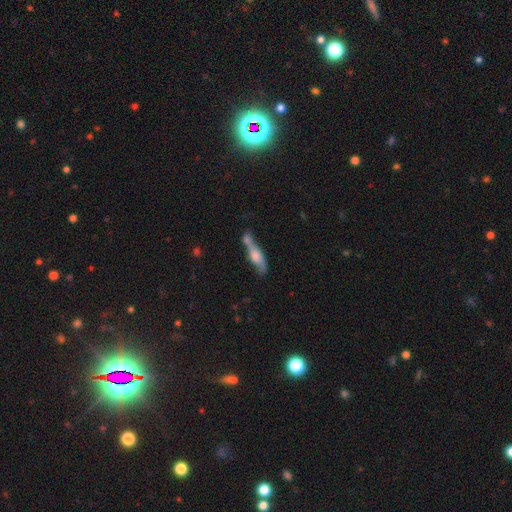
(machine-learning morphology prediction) A featured or disk galaxy (47%). Merging: none (36%, tied with merger).